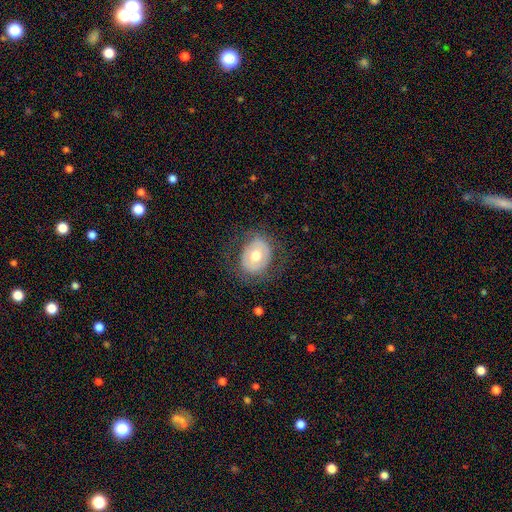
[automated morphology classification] smooth 54%, featured or disk 39%, star or artifact 7%. Down the decision tree: how rounded — round (51%); merging — none (75%).